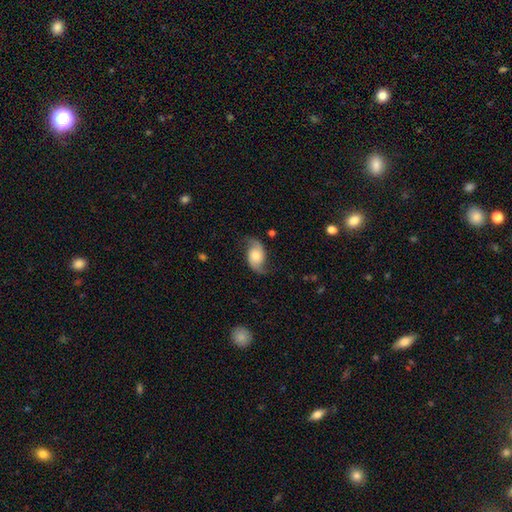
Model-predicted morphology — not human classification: Smooth or featured? Predicted: featured or disk (p=0.71). Edge-on disk? Predicted: no (p=0.97). Bar? Predicted: no (p=0.69). Spiral arms? Predicted: yes (p=0.94). Spiral winding? Predicted: loose (p=0.62). Spiral arm count? Predicted: 2 (p=0.92). Bulge size? Predicted: moderate (p=0.47). Merging? Predicted: none (p=0.71).